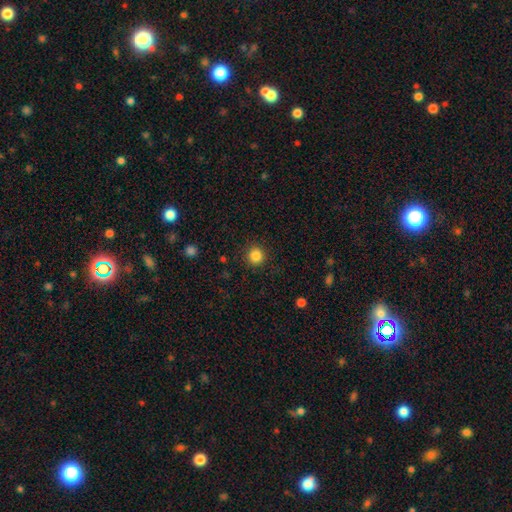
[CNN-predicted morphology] A smooth galaxy with no disk features (85%) that is round (94%). Merging: none (91%).